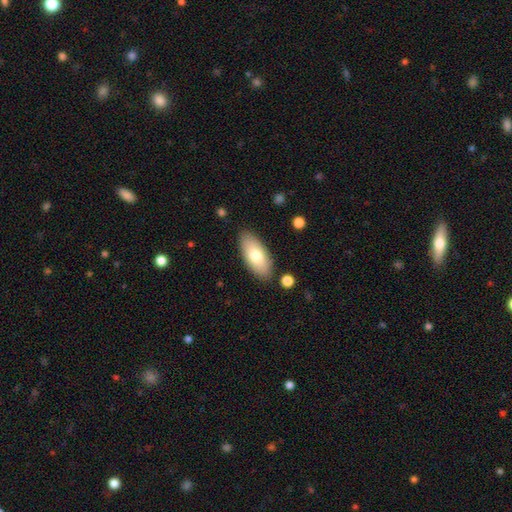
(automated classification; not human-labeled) Smooth or featured: smooth — 75% (featured or disk — 19%)
How rounded: in between — 88% (cigar-shaped — 10%)
Merging: none — 85% (minor disturbance — 10%)